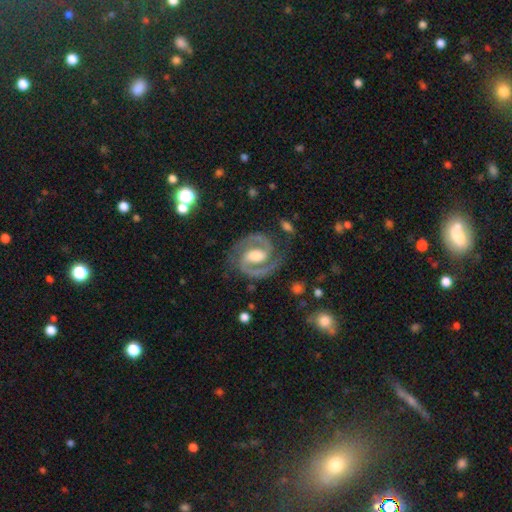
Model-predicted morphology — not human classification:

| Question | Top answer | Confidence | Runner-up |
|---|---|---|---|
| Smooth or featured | featured or disk | 93% | star or artifact (4%) |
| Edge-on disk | no | 98% | yes (2%) |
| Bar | weak | 43% | strong (34%) |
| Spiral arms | yes | 98% | no (2%) |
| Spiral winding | medium | 59% | tight (34%) |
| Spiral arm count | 2 | 94% | can't tell (1%) |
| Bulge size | moderate | 63% | large (17%) |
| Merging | none | 81% | minor disturbance (13%) |